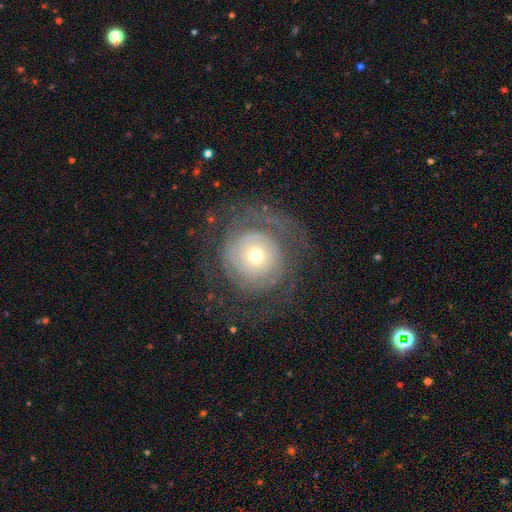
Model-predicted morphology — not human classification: Smooth or featured? featured or disk (65%)
Edge-on disk? no (97%)
Bar? no (84%)
Spiral arms? yes (72%)
Bulge size? moderate (58%)
Merging? none (60%)